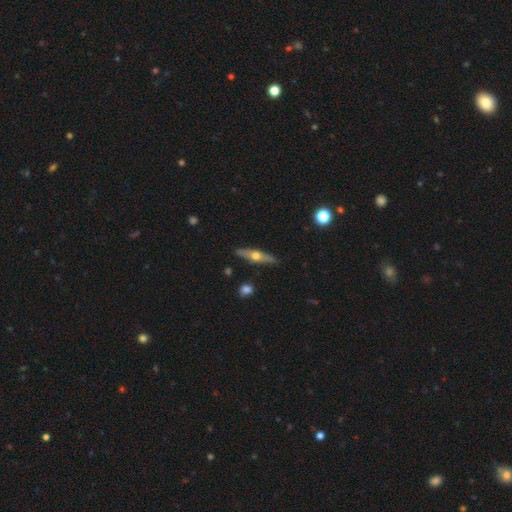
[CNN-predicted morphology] This appears to be a featured or disk galaxy (62%) viewed edge-on (92%) with a rounded central bulge (94%). Merging: none (87%).